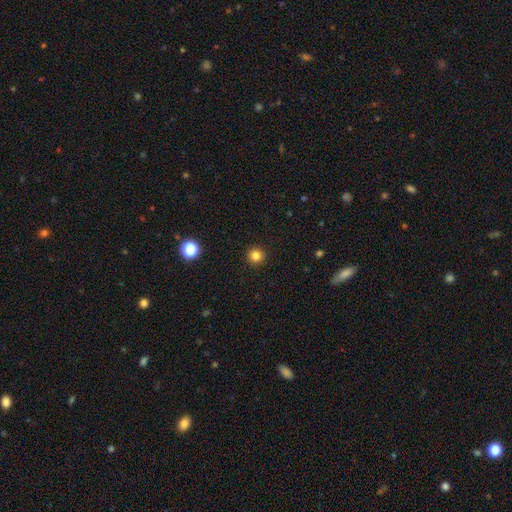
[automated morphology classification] smooth-or-featured: smooth: 82% | star or artifact: 13% | featured or disk: 5%
  how-rounded: round: 95% | in between: 4% | cigar-shaped: 1%
  merging: none: 93% | minor disturbance: 4% | major disturbance: 2% | merger: 1%